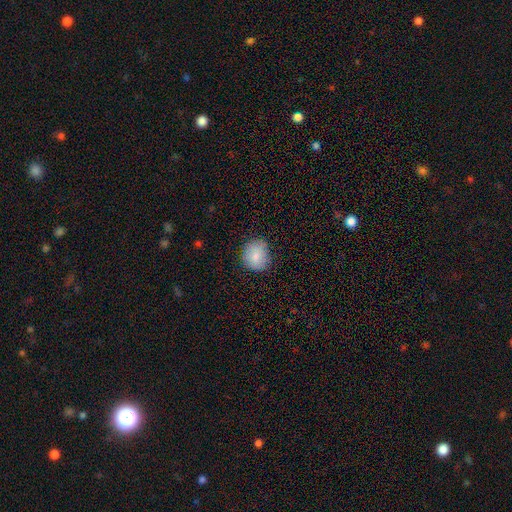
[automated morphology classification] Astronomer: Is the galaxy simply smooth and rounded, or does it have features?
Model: smooth — 85%.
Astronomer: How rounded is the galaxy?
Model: round — 76%.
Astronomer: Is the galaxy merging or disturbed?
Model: none — 79%.